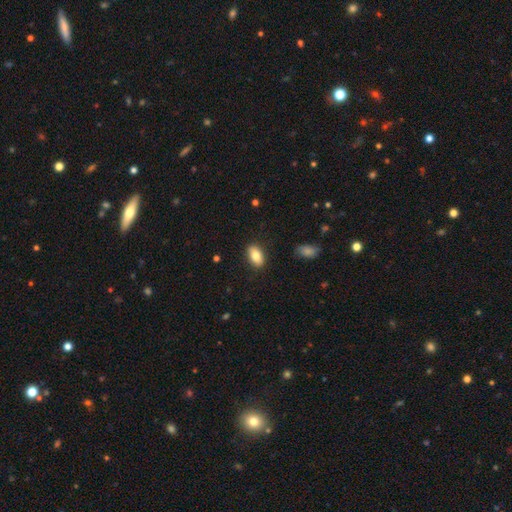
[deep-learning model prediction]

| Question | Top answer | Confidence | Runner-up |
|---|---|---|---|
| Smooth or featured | smooth | 83% | featured or disk (10%) |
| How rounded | in between | 91% | round (6%) |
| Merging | none | 87% | minor disturbance (9%) |